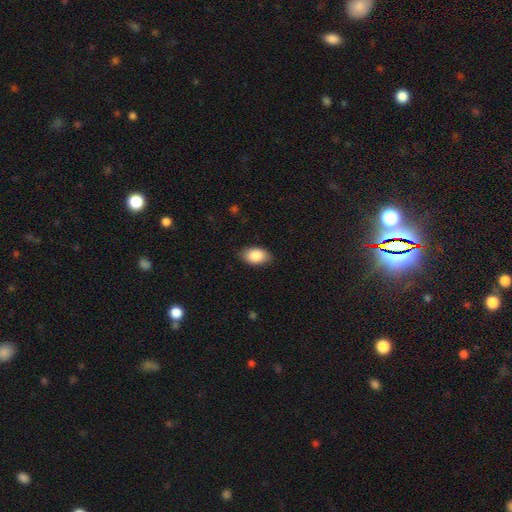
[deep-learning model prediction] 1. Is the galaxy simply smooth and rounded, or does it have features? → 87% smooth, 7% star or artifact, 6% featured or disk.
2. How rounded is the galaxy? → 92% in between, 7% round, 2% cigar-shaped.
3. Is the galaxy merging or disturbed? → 85% none, 11% minor disturbance, 2% major disturbance, 1% merger.